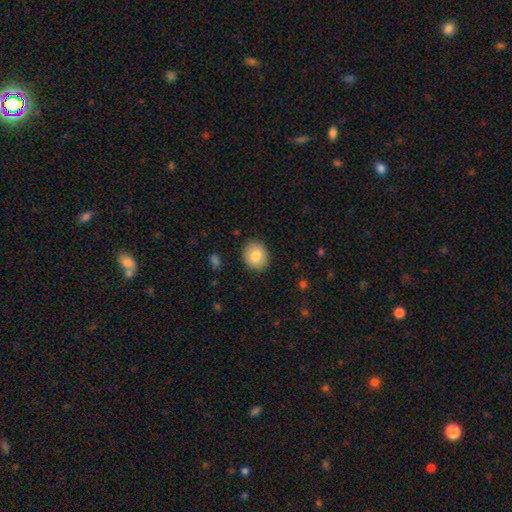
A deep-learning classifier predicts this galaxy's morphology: This appears to be a smooth galaxy with no disk features (82%) that is round (67%). Merging: none (89%).